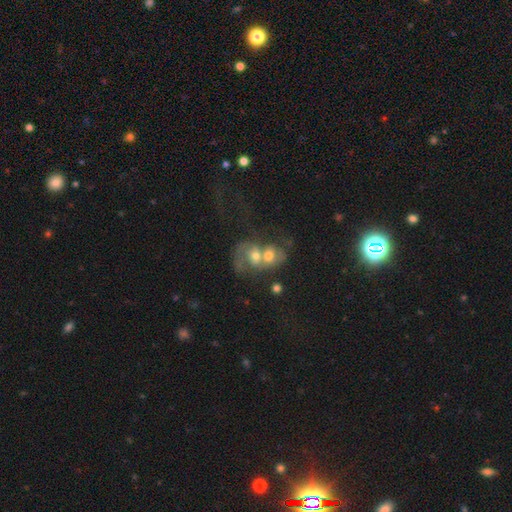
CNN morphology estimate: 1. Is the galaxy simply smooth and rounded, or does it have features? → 45% featured or disk, 44% smooth, 10% star or artifact.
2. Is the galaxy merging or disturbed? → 79% merger, 9% none, 8% major disturbance, 4% minor disturbance.